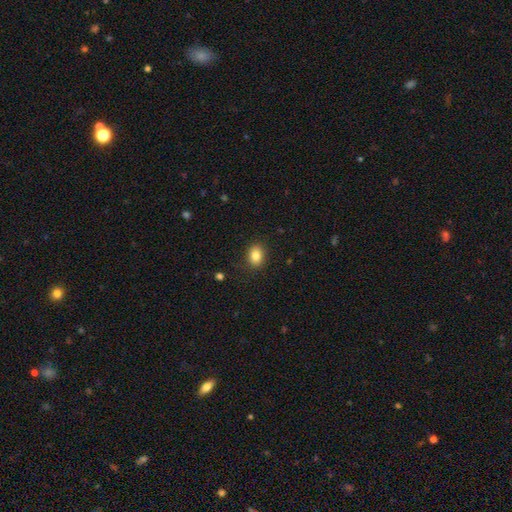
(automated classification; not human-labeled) smooth_or_featured: smooth (p=0.85) [alt: star or artifact p=0.10]
how_rounded: in between (p=0.64) [alt: round p=0.35]
merging: none (p=0.87) [alt: minor disturbance p=0.10]